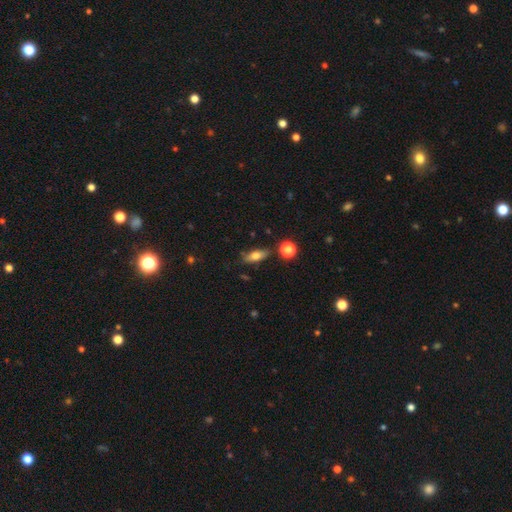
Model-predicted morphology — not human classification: Smooth or featured? Predicted: smooth (p=0.70). How rounded? Predicted: in between (p=0.72). Merging? Predicted: none (p=0.78).